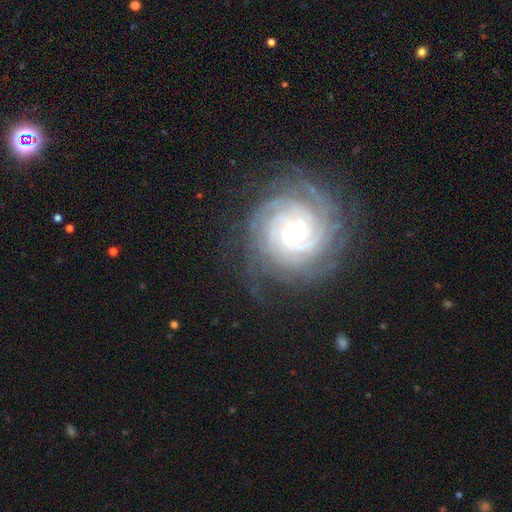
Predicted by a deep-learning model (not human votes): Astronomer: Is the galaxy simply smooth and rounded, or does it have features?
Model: featured or disk — 81%.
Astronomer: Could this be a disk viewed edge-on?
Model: no — 97%.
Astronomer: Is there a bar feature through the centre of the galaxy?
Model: no — 65%.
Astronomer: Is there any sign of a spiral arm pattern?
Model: yes — 97%.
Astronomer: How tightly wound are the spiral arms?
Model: tight — 82%.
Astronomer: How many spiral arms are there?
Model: can't tell — 27% (runner-up: 3, 18%).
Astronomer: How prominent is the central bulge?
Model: moderate — 47% (runner-up: small, 44%).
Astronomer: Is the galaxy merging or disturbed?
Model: none — 83%.